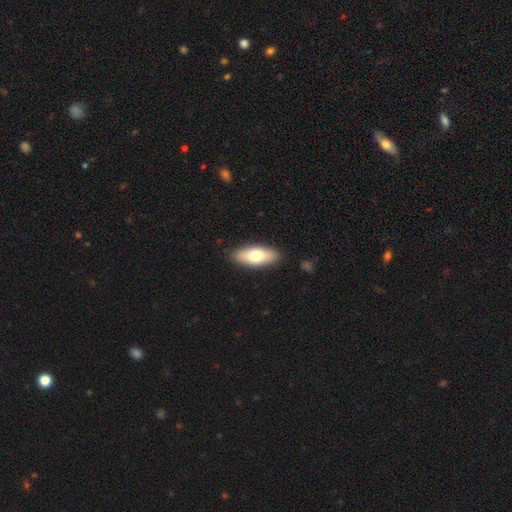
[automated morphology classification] The model was most divided on "smooth or featured": smooth: 72%, featured or disk: 23%, star or artifact: 6%. More confident: merging — none (89%); how rounded — in between (76%).